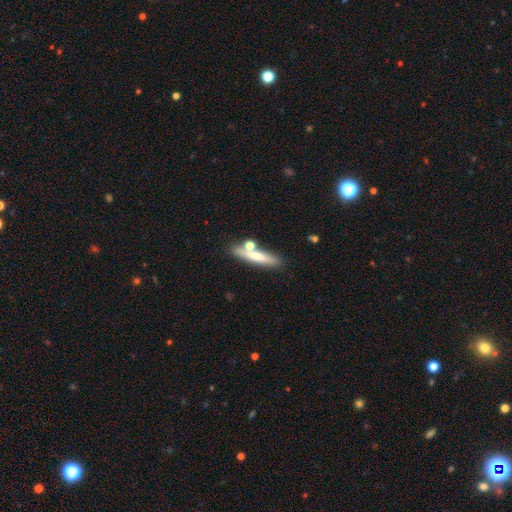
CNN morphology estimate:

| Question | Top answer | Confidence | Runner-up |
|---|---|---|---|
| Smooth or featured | smooth | 64% | featured or disk (28%) |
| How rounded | cigar-shaped | 78% | in between (17%) |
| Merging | none | 67% | merger (17%) |